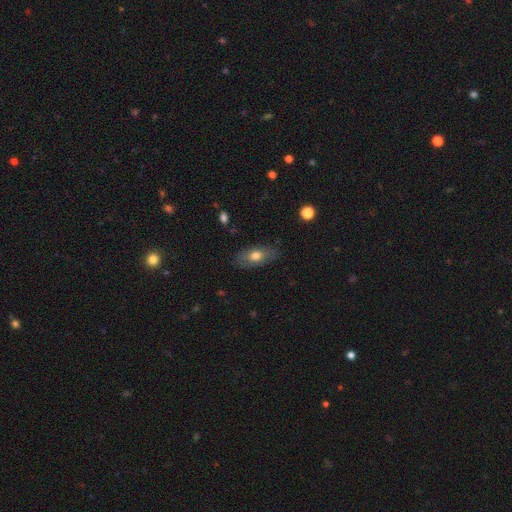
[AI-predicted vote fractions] Smooth or featured? Predicted: smooth (p=0.68). How rounded? Predicted: in between (p=0.87). Merging? Predicted: none (p=0.80).